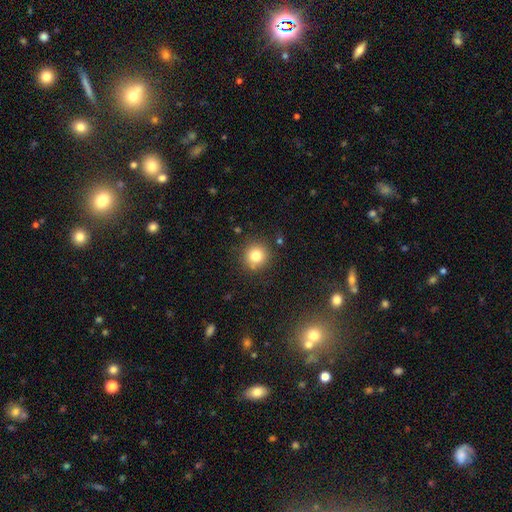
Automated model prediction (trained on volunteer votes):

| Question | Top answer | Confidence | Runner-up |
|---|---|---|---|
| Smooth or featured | smooth | 80% | star or artifact (12%) |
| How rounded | round | 92% | in between (7%) |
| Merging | none | 85% | minor disturbance (9%) |